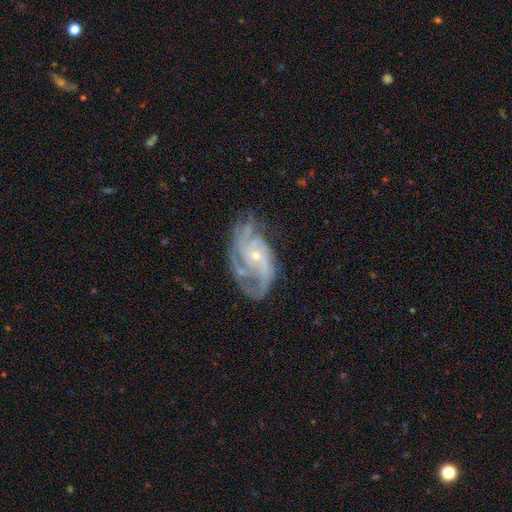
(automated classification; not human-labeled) Smooth or featured: featured or disk — 89% (star or artifact — 6%)
Edge-on disk: no — 97% (yes — 3%)
Bar: no — 68% (weak — 25%)
Spiral arms: yes — 97% (no — 3%)
Spiral winding: tight — 46% (medium — 43%)
Spiral arm count: 3 — 36% (2 — 20%)
Bulge size: small — 74% (moderate — 23%)
Merging: none — 63% (minor disturbance — 21%)